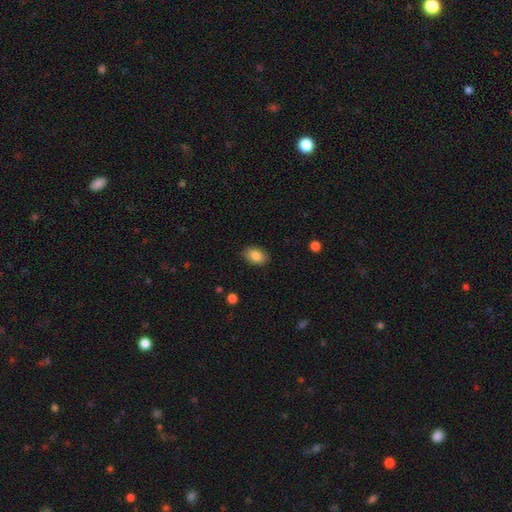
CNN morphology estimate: Q: Smooth or featured?
A: smooth (84%); runner-up: featured or disk (8%)
Q: How rounded?
A: in between (86%); runner-up: round (12%)
Q: Merging?
A: none (86%); runner-up: minor disturbance (11%)